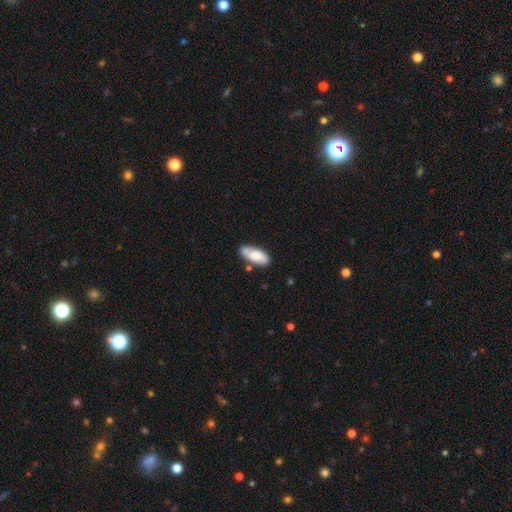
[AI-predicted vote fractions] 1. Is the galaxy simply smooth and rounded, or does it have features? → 67% smooth, 27% featured or disk, 6% star or artifact.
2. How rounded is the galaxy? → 85% in between, 13% cigar-shaped, 2% round.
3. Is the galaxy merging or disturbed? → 73% none, 18% minor disturbance, 6% merger, 4% major disturbance.